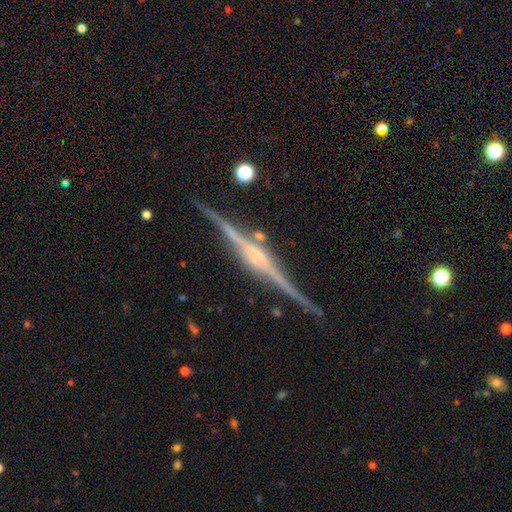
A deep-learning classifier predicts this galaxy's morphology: Smooth or featured? Predicted: featured or disk (p=0.89). Edge-on disk? Predicted: yes (p=0.98). Edge-on bulge? Predicted: rounded (p=0.63). Merging? Predicted: none (p=0.89).